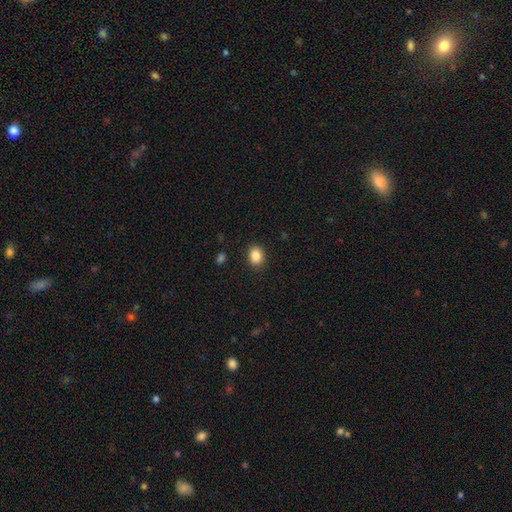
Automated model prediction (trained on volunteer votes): Smooth or featured? Predicted: smooth (p=0.87). How rounded? Predicted: in between (p=0.59). Merging? Predicted: none (p=0.88).